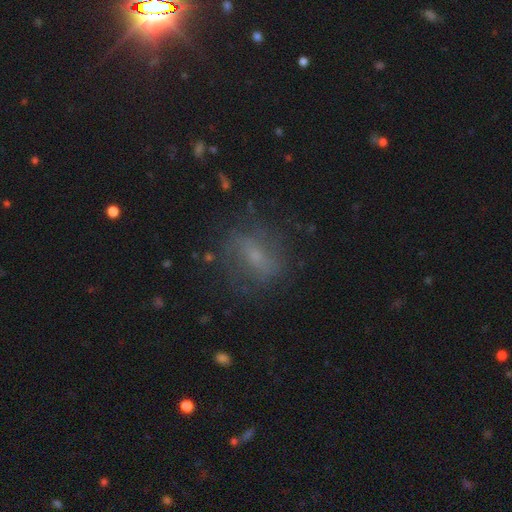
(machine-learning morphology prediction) smooth 45%, featured or disk 38%, star or artifact 17%. Down the decision tree: merging — none (70%).